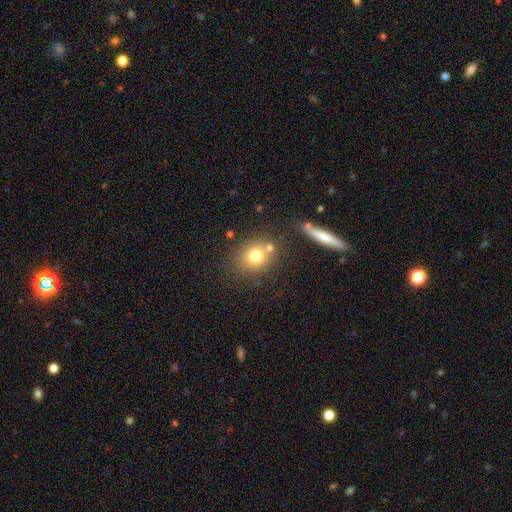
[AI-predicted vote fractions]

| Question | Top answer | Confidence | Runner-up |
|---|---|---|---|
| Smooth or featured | smooth | 75% | featured or disk (13%) |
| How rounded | round | 68% | in between (30%) |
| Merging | none | 66% | merger (17%) |